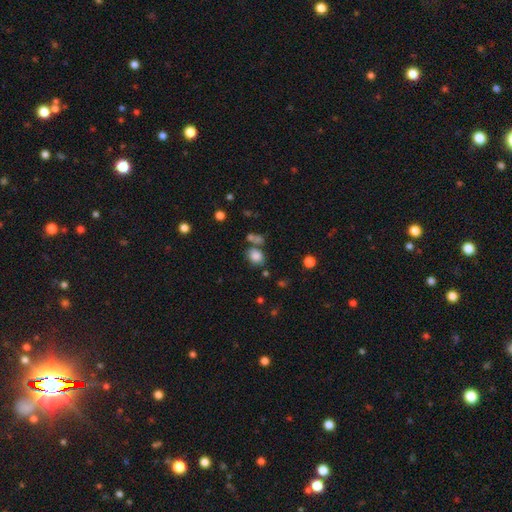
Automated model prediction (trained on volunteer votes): The model was most divided on "how rounded": round: 57%, in between: 42%, cigar-shaped: 1%. More confident: smooth or featured — smooth (81%); merging — none (62%).